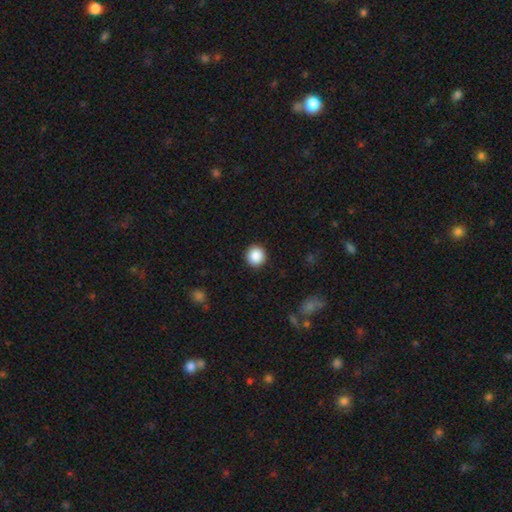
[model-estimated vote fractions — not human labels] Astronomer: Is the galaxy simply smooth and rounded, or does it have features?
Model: smooth — 88%.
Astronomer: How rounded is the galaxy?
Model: round — 95%.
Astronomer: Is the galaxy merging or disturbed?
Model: none — 92%.